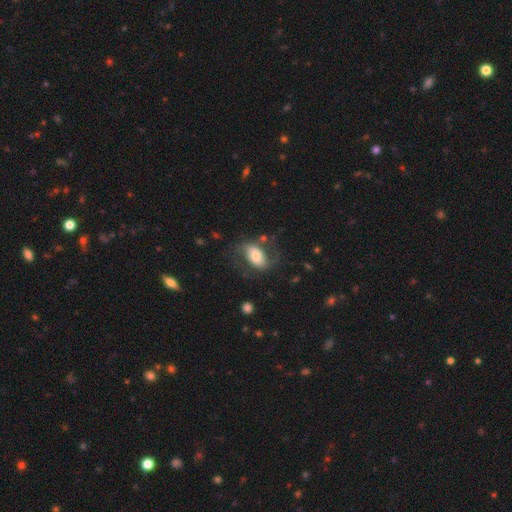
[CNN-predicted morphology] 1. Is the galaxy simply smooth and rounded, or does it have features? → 54% featured or disk, 39% smooth, 7% star or artifact.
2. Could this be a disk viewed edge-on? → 94% no, 6% yes.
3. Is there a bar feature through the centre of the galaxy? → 43% no, 30% weak, 26% strong.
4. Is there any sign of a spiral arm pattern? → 81% yes, 19% no.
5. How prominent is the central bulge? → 53% moderate, 21% small, 19% large, 4% dominant, 2% none.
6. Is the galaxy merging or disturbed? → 60% none, 19% minor disturbance, 18% major disturbance, 3% merger.